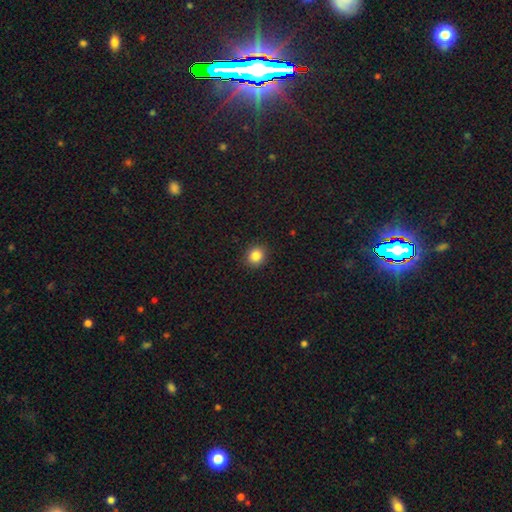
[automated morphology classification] Overall: smooth (85%). How rounded: round (85%). Merging: none (91%).